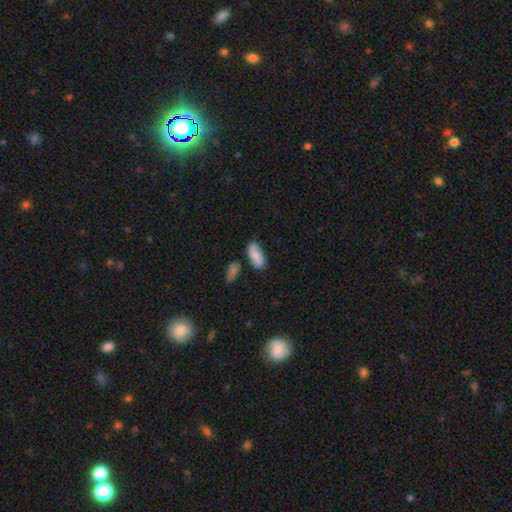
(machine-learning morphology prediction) Smooth or featured: smooth — 72% (featured or disk — 20%)
How rounded: in between — 81% (cigar-shaped — 16%)
Merging: none — 67% (minor disturbance — 18%)